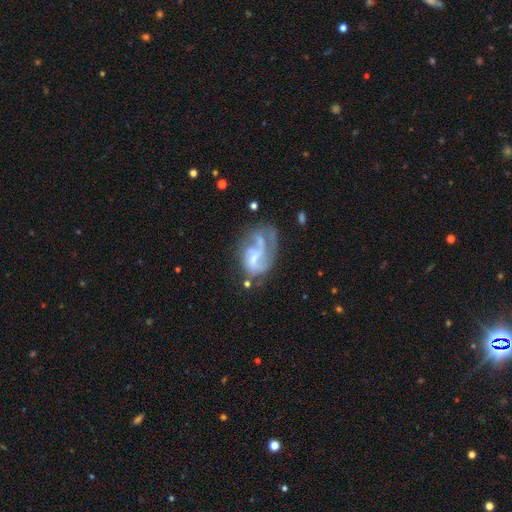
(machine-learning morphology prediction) smooth-or-featured: featured or disk: 71% | smooth: 20% | star or artifact: 8%
  disk-edge-on: no: 97% | yes: 3%
    bar: no: 48% | weak: 41% | strong: 12%
    has-spiral-arms: yes: 77% | no: 23%
      spiral-winding: medium: 41% | loose: 36% | tight: 23%
      spiral-arm-count: 2: 33% | 1: 29% | can't tell: 22% | 3: 11% | 4: 3% | more than 4: 2%
    bulge-size: small: 37% | none: 33% | moderate: 24% | large: 5% | dominant: 1%
  merging: major disturbance: 36% | none: 33% | minor disturbance: 21% | merger: 10%